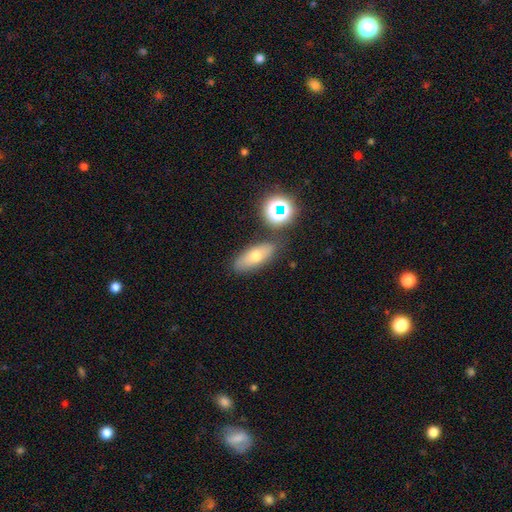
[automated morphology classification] A smooth galaxy with no disk features (63%) that is in between round and cigar-shaped (68%).

Vote fractions:
- Smooth or featured? smooth: 63% / featured or disk: 24% / star or artifact: 14%
- How rounded? in between: 68% / cigar-shaped: 23% / round: 9%
- Merging? none: 78% / minor disturbance: 12% / merger: 7% / major disturbance: 4%